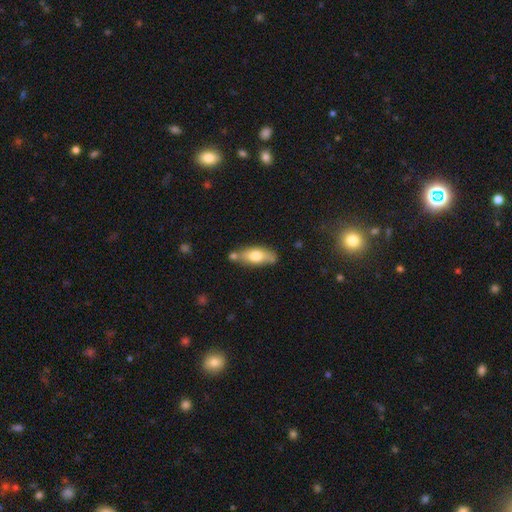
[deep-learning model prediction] This appears to be a smooth galaxy with no disk features (65%) that is in between round and cigar-shaped (68%). Merging: none (63%).